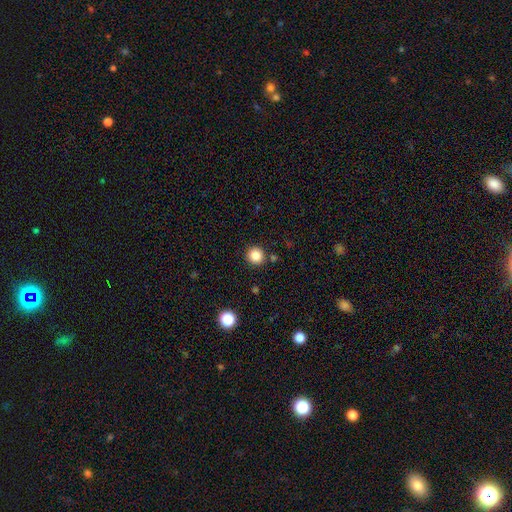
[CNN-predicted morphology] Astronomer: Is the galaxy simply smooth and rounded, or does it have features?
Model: smooth — 85%.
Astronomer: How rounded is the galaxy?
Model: round — 92%.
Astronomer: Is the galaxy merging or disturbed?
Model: none — 89%.